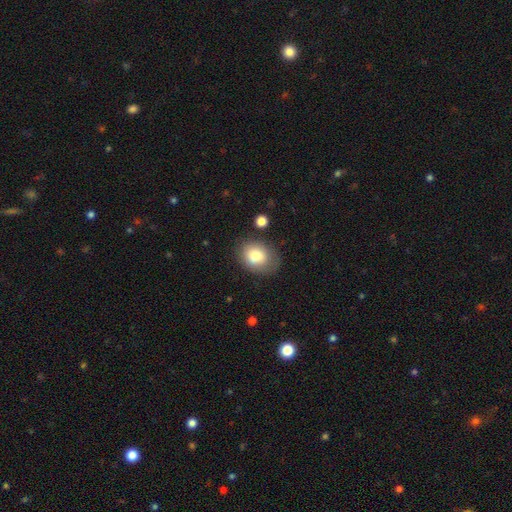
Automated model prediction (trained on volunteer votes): A smooth galaxy with no disk features (81%) that is in between round and cigar-shaped (58%).

Vote fractions:
- Smooth or featured? smooth: 81% / featured or disk: 11% / star or artifact: 8%
- How rounded? in between: 58% / round: 41% / cigar-shaped: 1%
- Merging? none: 74% / minor disturbance: 17% / major disturbance: 6% / merger: 3%